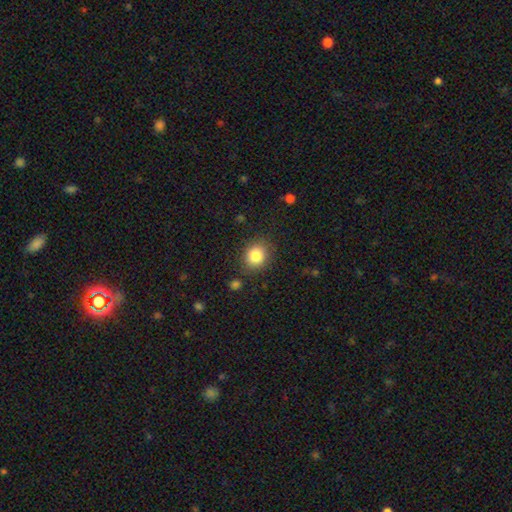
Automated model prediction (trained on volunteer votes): A smooth galaxy with no disk features (84%) that is round (70%). Merging: none (84%).